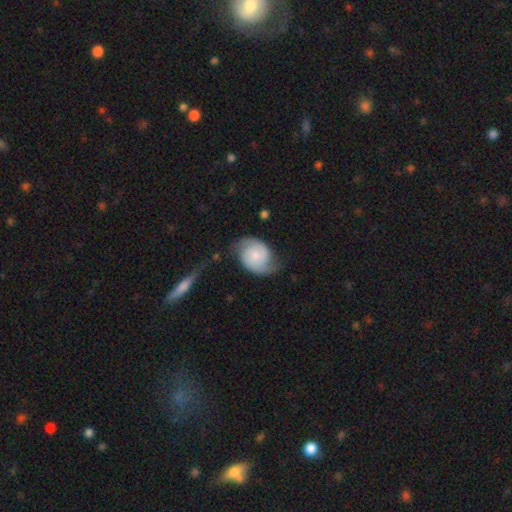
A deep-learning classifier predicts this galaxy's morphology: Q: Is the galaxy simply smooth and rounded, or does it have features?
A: featured or disk — 62%.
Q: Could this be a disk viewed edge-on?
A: no — 97%.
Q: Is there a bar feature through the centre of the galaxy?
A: no — 71%.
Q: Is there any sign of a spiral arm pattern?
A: yes — 92%.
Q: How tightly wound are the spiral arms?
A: medium — 42%.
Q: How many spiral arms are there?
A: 2 — 87%.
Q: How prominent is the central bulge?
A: small — 51%.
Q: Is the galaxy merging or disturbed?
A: none — 59%.